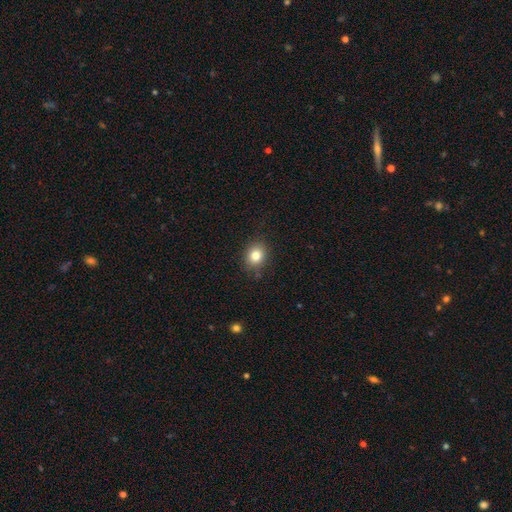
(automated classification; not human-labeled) smooth-or-featured: smooth: 82% | star or artifact: 11% | featured or disk: 7%
  how-rounded: round: 61% | in between: 38% | cigar-shaped: 1%
  merging: none: 85% | minor disturbance: 11% | major disturbance: 3% | merger: 1%